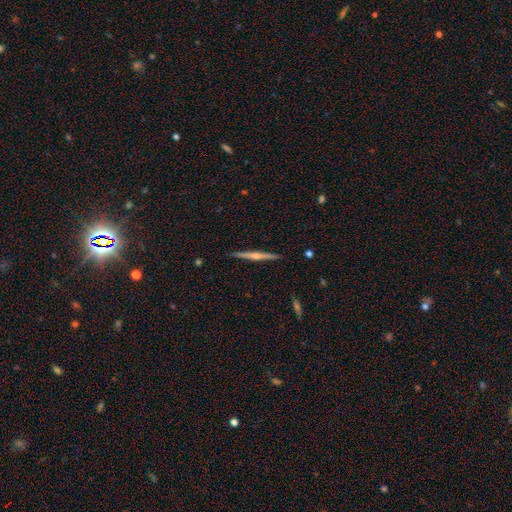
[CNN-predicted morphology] This appears to be a featured or disk galaxy (71%) viewed edge-on (98%) with a rounded central bulge (73%). Merging: none (92%).